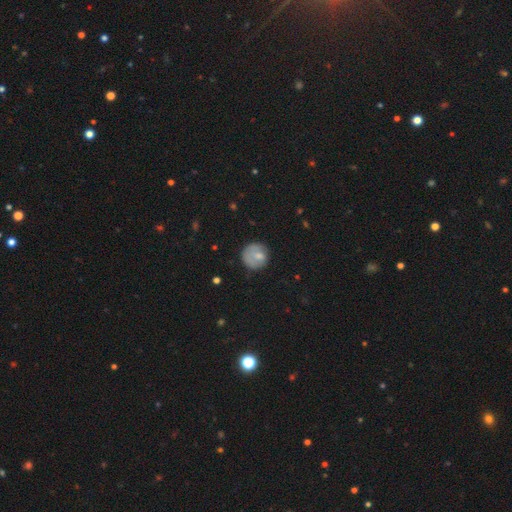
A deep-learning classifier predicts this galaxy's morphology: type=smooth (73%); roundness=round (90%); merging=none (69%).